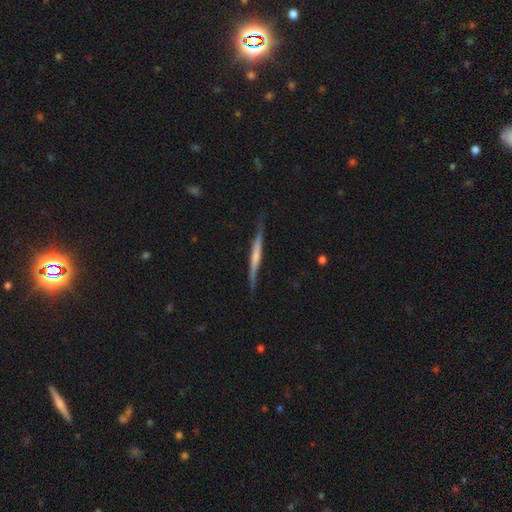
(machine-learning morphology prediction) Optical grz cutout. It shows a featured or disk galaxy (60%) viewed edge-on (95%) with no central bulge (58%). Merging: none (77%).